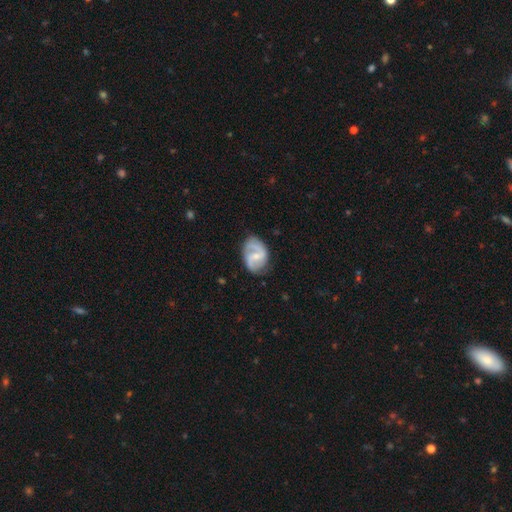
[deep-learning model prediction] The model was most divided on "spiral winding": medium: 49%, loose: 33%, tight: 19%. More confident: edge-on disk — no (98%); spiral arms — yes (93%); spiral arm count — 2 (87%); smooth or featured — featured or disk (80%); merging — none (71%); bulge size — small (59%); bar — weak (54%).